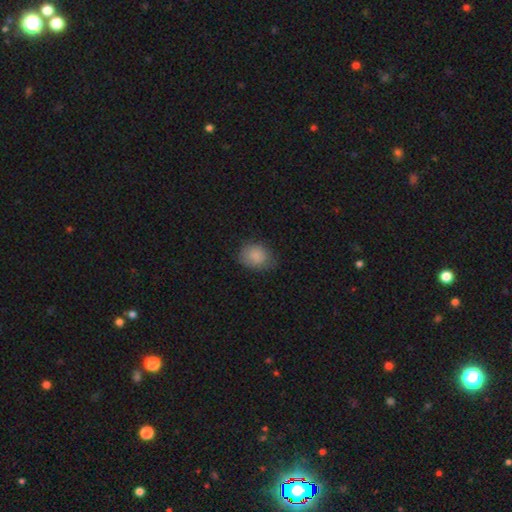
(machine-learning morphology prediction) Smooth or featured? Predicted: smooth (p=0.85). How rounded? Predicted: in between (p=0.55). Merging? Predicted: none (p=0.69).